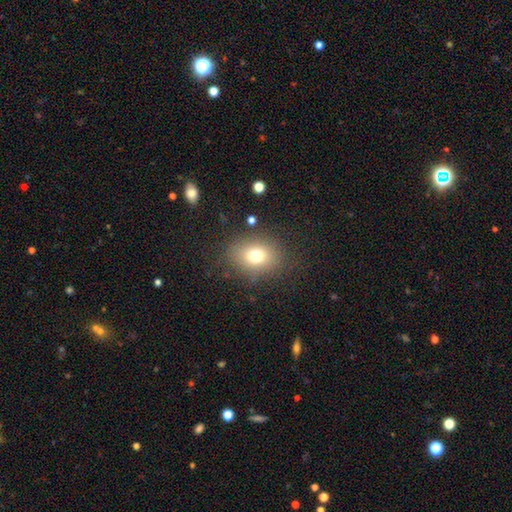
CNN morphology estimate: smooth_or_featured: smooth (p=0.73) [alt: star or artifact p=0.14]
how_rounded: in between (p=0.55) [alt: round p=0.44]
merging: none (p=0.80) [alt: minor disturbance p=0.12]